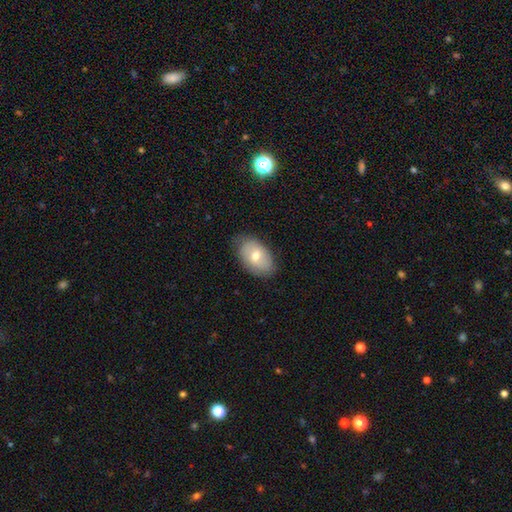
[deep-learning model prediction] Q: Smooth or featured?
A: smooth (64%); runner-up: featured or disk (28%)
Q: How rounded?
A: in between (90%); runner-up: round (9%)
Q: Merging?
A: none (78%); runner-up: minor disturbance (17%)